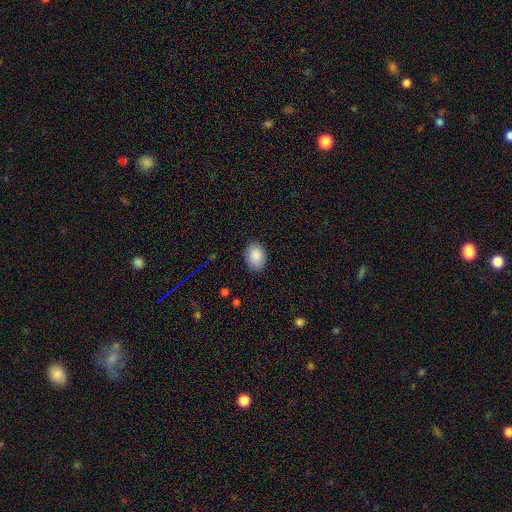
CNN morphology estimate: smooth-or-featured: smooth: 89% | star or artifact: 7% | featured or disk: 4%
  how-rounded: in between: 80% | round: 19% | cigar-shaped: 1%
  merging: none: 86% | minor disturbance: 11% | major disturbance: 2% | merger: 1%